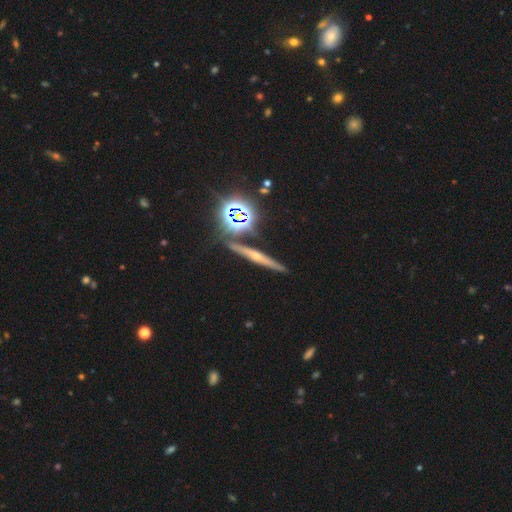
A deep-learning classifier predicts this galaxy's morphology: Smooth or featured?
  - featured or disk: 51% *
  - star or artifact: 29%
  - smooth: 20%
Edge-on disk?
  - yes: 93% *
  - no: 7%
Merging?
  - none: 86% *
  - minor disturbance: 7%
  - merger: 4%
  - major disturbance: 2%